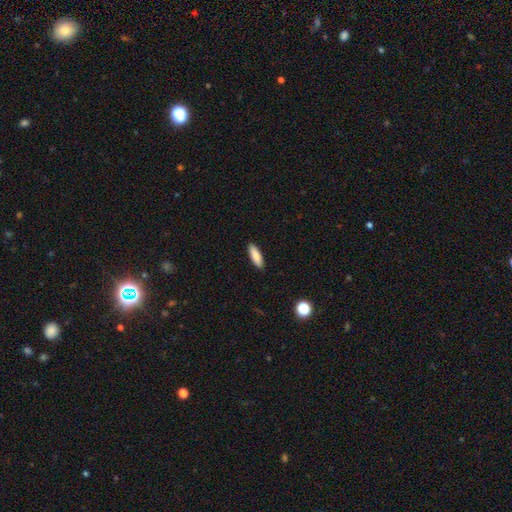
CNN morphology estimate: type=smooth (86%); roundness=cigar-shaped (49%, tied with in between); merging=none (90%).